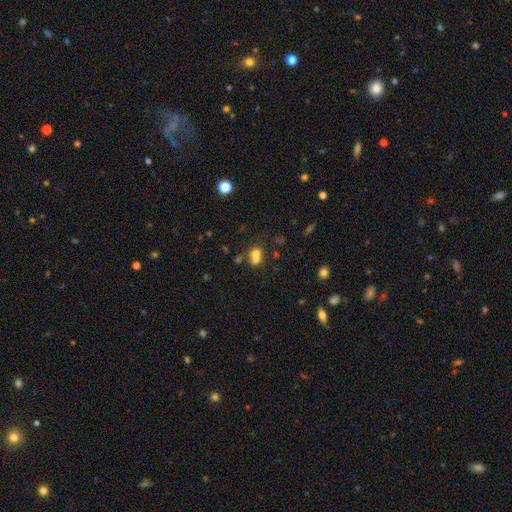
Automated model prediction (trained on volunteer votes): The model was most divided on "how rounded": round: 66%, in between: 33%, cigar-shaped: 1%. More confident: smooth or featured — smooth (65%); merging — merger (64%).